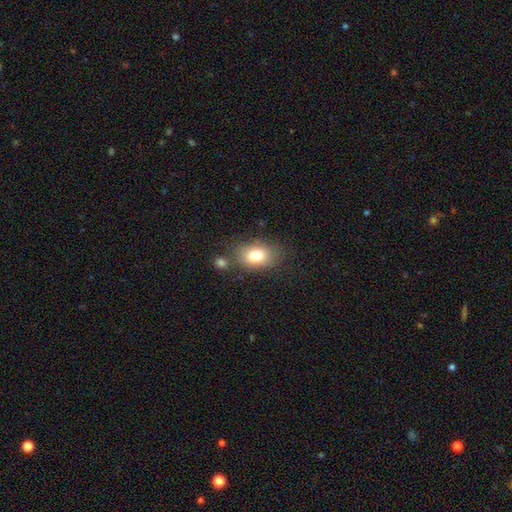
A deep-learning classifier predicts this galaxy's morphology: Smooth or featured?
  - smooth: 79% *
  - featured or disk: 12%
  - star or artifact: 10%
How rounded?
  - in between: 76% *
  - round: 22%
  - cigar-shaped: 1%
Merging?
  - none: 69% *
  - minor disturbance: 16%
  - merger: 10%
  - major disturbance: 5%